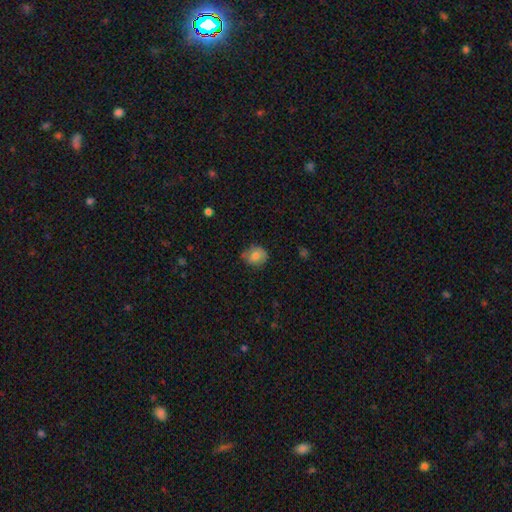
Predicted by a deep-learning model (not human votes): smooth-or-featured: smooth: 72% | featured or disk: 20% | star or artifact: 9%
  how-rounded: round: 71% | in between: 28% | cigar-shaped: 1%
  merging: none: 66% | minor disturbance: 26% | major disturbance: 5% | merger: 2%